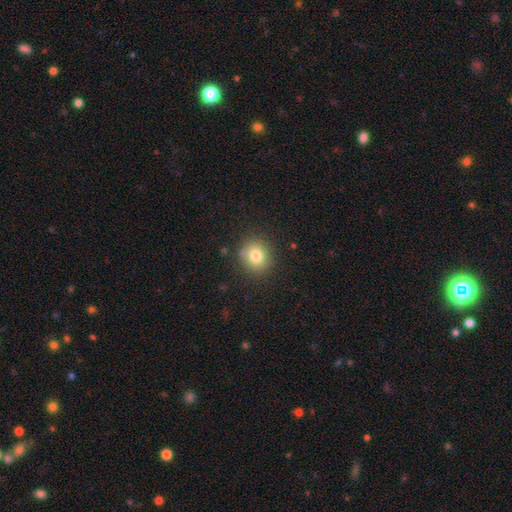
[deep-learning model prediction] Smooth or featured?
  - smooth: 79% *
  - star or artifact: 11%
  - featured or disk: 9%
How rounded?
  - round: 85% *
  - in between: 14%
  - cigar-shaped: 1%
Merging?
  - none: 84% *
  - minor disturbance: 11%
  - major disturbance: 3%
  - merger: 2%